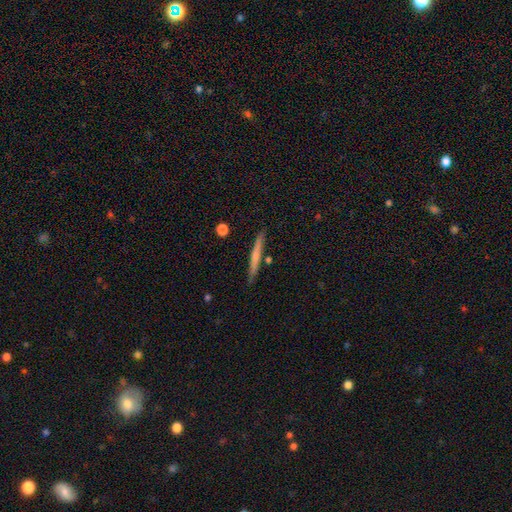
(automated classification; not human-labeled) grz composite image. It shows a smooth galaxy with no disk features (54%) that is cigar-shaped (96%). Merging: none (85%).